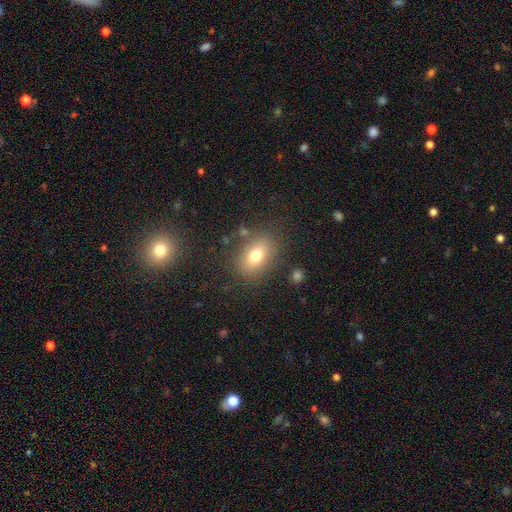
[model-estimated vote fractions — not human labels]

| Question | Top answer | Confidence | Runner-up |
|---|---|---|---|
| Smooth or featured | smooth | 76% | featured or disk (14%) |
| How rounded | in between | 77% | round (22%) |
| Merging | none | 79% | minor disturbance (13%) |